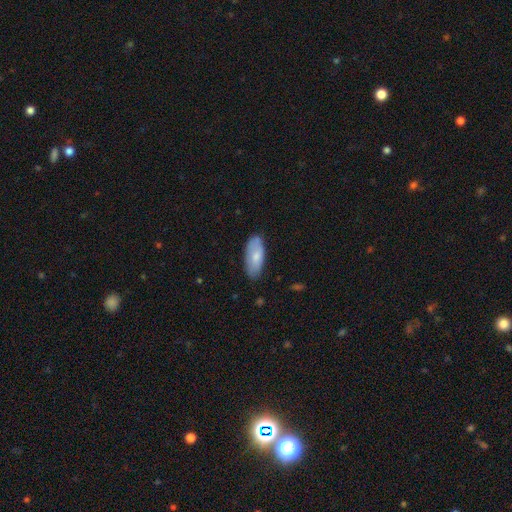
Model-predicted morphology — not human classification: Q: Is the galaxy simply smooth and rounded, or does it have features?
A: smooth — 76%.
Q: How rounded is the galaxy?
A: in between — 86%.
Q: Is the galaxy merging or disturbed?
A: none — 76%.